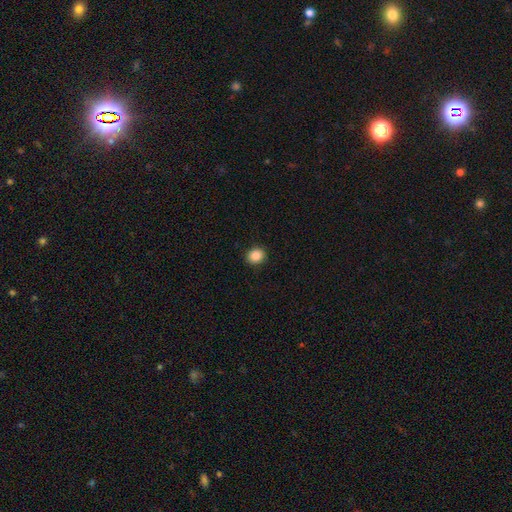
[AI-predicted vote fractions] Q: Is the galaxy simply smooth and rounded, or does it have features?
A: smooth — 87%.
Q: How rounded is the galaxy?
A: round — 76%.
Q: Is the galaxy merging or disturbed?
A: none — 91%.